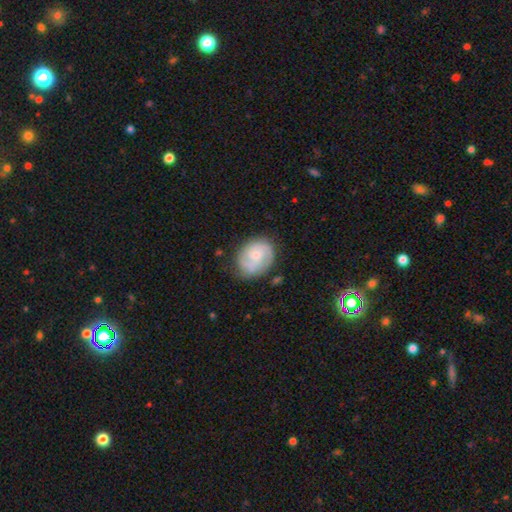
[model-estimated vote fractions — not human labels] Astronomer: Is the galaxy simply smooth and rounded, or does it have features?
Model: featured or disk — 56% (runner-up: smooth, 38%).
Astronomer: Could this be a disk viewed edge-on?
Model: no — 98%.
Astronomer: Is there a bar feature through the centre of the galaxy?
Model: no — 67%.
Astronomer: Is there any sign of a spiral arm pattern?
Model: yes — 83%.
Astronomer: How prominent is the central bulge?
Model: small — 54% (runner-up: moderate, 36%).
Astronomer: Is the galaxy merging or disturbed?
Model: none — 67%.